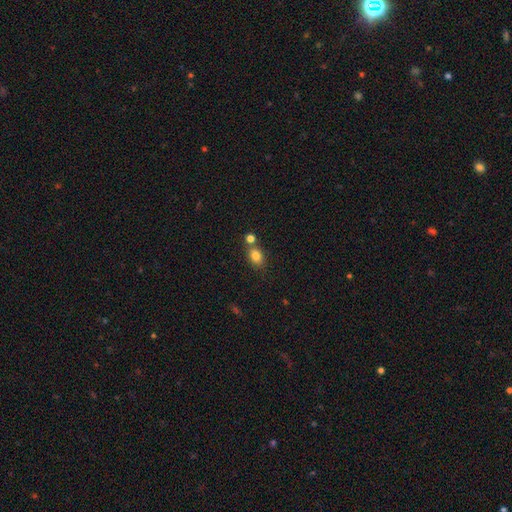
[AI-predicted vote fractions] smooth-or-featured: smooth: 82% | star or artifact: 11% | featured or disk: 7%
  how-rounded: in between: 64% | round: 34% | cigar-shaped: 1%
  merging: none: 61% | merger: 25% | minor disturbance: 11% | major disturbance: 3%